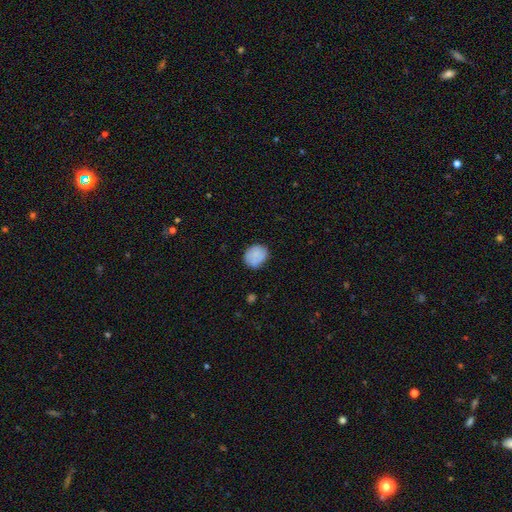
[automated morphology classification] Smooth or featured? Predicted: smooth (p=0.82). How rounded? Predicted: round (p=0.65). Merging? Predicted: none (p=0.74).